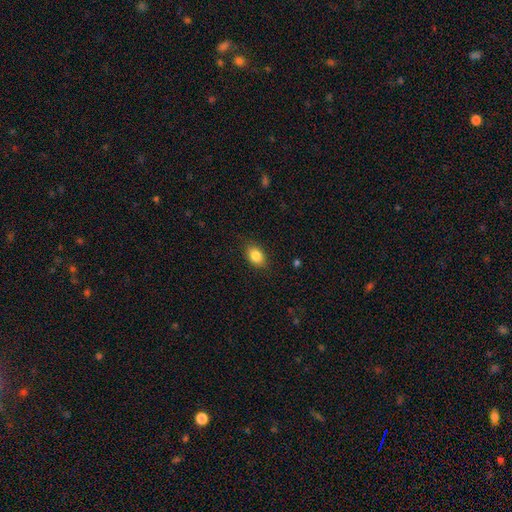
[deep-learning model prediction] Smooth or featured? smooth (84%)
How rounded? in between (76%)
Merging? none (84%)